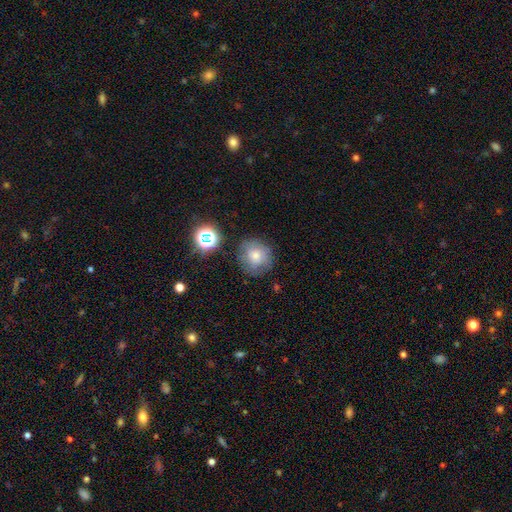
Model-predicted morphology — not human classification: Smooth or featured? Predicted: smooth (p=0.70). How rounded? Predicted: round (p=0.90). Merging? Predicted: none (p=0.75).